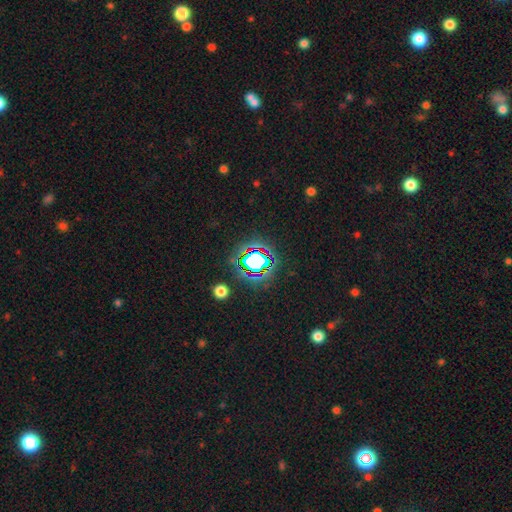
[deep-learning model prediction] This appears to be a star or artifact, not a galaxy (66%).